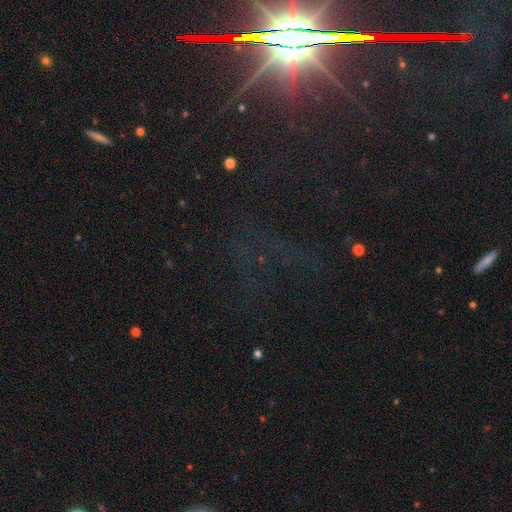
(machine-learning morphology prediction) smooth-or-featured: star or artifact: 76% | featured or disk: 14% | smooth: 10%